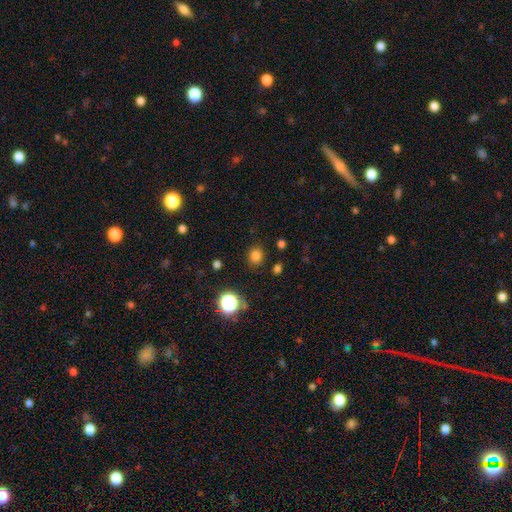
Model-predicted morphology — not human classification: Q: Smooth or featured?
A: smooth (78%); runner-up: star or artifact (17%)
Q: How rounded?
A: round (78%); runner-up: in between (21%)
Q: Merging?
A: none (86%); runner-up: minor disturbance (9%)